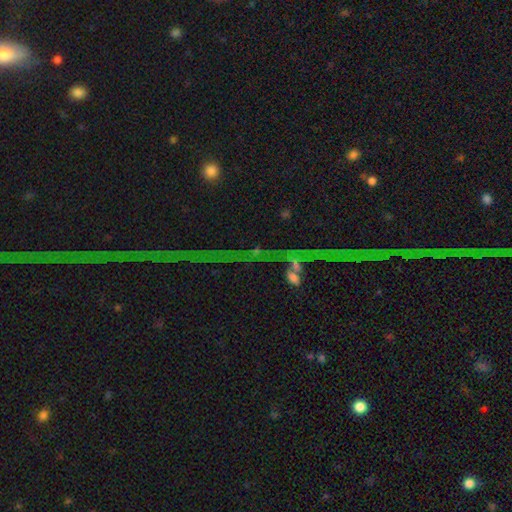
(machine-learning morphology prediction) type=star or artifact (78%).